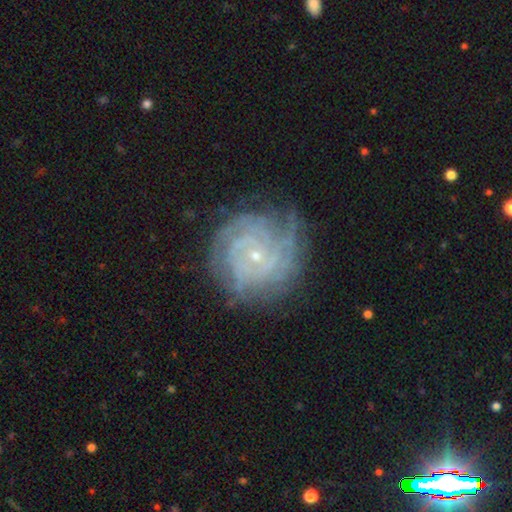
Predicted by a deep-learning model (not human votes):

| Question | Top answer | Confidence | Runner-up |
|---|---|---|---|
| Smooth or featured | featured or disk | 83% | smooth (10%) |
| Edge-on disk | no | 97% | yes (3%) |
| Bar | no | 74% | weak (20%) |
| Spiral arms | yes | 95% | no (5%) |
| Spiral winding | tight | 79% | medium (18%) |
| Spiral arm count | can't tell | 33% | 4 (20%) |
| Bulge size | small | 83% | moderate (13%) |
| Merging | none | 72% | minor disturbance (18%) |